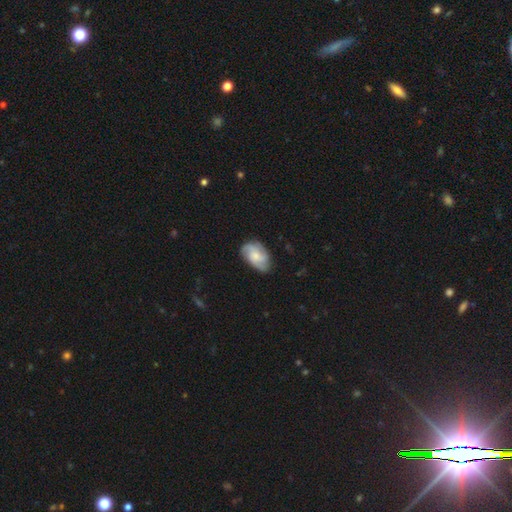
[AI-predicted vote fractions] smooth_or_featured: featured or disk (p=0.63) [alt: smooth p=0.30]
disk_edge_on: no (p=0.97) [alt: yes p=0.03]
bar: no (p=0.71) [alt: weak p=0.25]
has_spiral_arms: yes (p=0.93) [alt: no p=0.07]
spiral_winding: medium (p=0.45) [alt: tight p=0.34]
spiral_arm_count: 3 (p=0.49) [alt: 2 p=0.16]
bulge_size: small (p=0.45) [alt: moderate p=0.39]
merging: none (p=0.73) [alt: minor disturbance p=0.20]